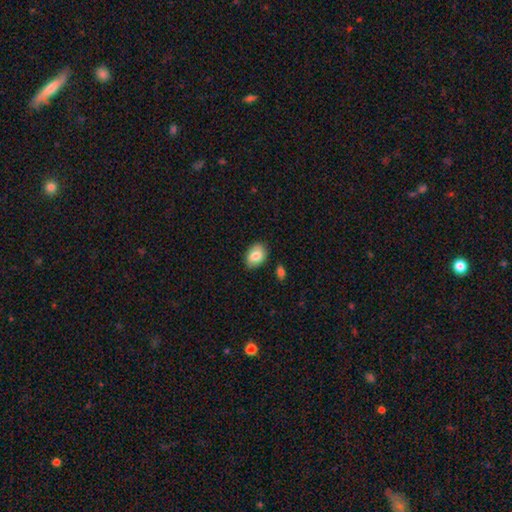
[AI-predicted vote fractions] The model was most divided on "how rounded": in between: 79%, round: 20%, cigar-shaped: 1%. More confident: smooth or featured — smooth (83%); merging — none (81%).